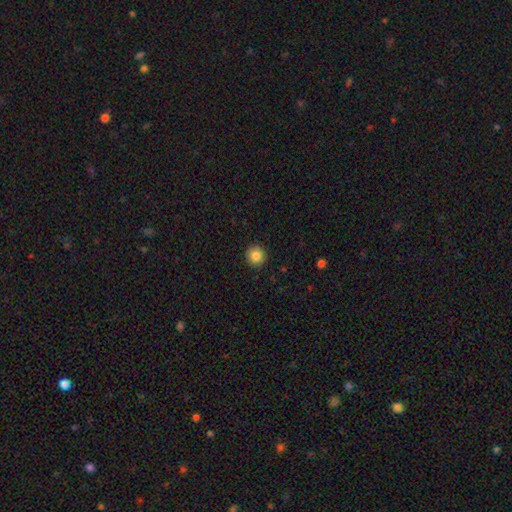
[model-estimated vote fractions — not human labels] A smooth galaxy with no disk features (86%) that is round (94%). Merging: none (92%).